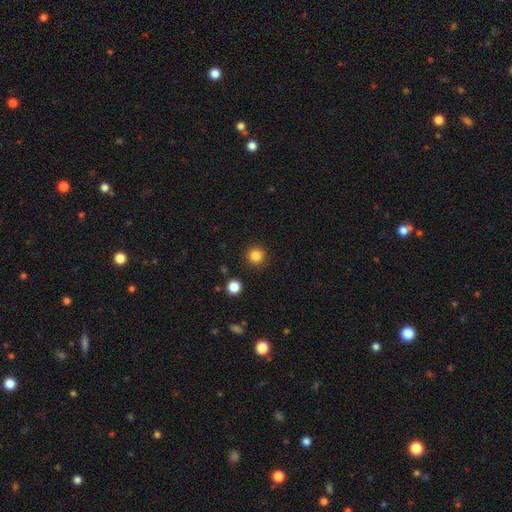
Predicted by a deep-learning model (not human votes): Overall: smooth (84%). How rounded: round (95%). Merging: none (91%).